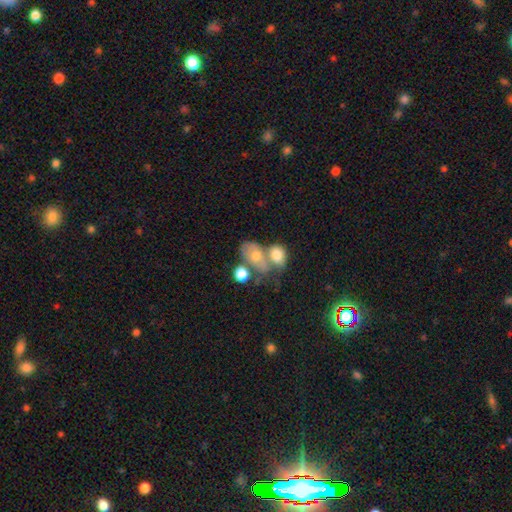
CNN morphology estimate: Smooth or featured?
  - smooth: 62% *
  - featured or disk: 28%
  - star or artifact: 10%
How rounded?
  - in between: 75% *
  - round: 23%
  - cigar-shaped: 2%
Merging?
  - merger: 54% *
  - none: 24%
  - minor disturbance: 13%
  - major disturbance: 9%